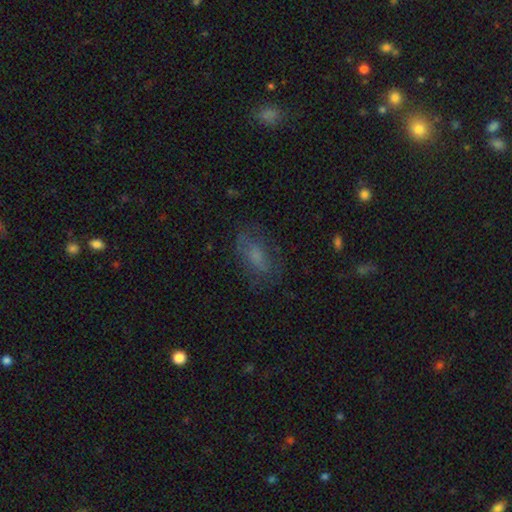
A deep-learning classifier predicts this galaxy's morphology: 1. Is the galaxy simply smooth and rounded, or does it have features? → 59% smooth, 25% featured or disk, 15% star or artifact.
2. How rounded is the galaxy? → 82% in between, 11% cigar-shaped, 8% round.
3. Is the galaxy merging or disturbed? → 67% none, 19% minor disturbance, 13% major disturbance, 2% merger.